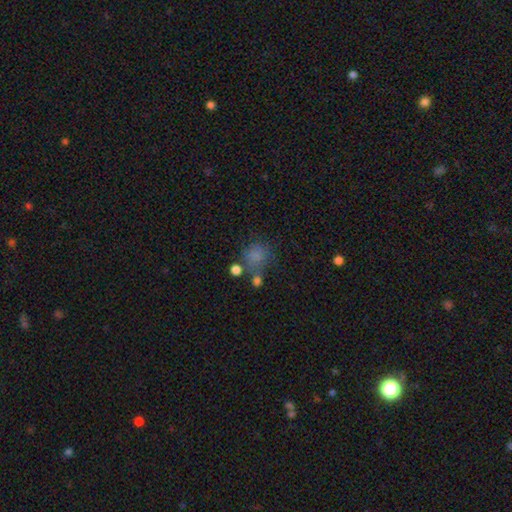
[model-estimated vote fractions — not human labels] smooth 72%, star or artifact 17%, featured or disk 11%. Down the decision tree: how rounded — round (75%); merging — none (51%).